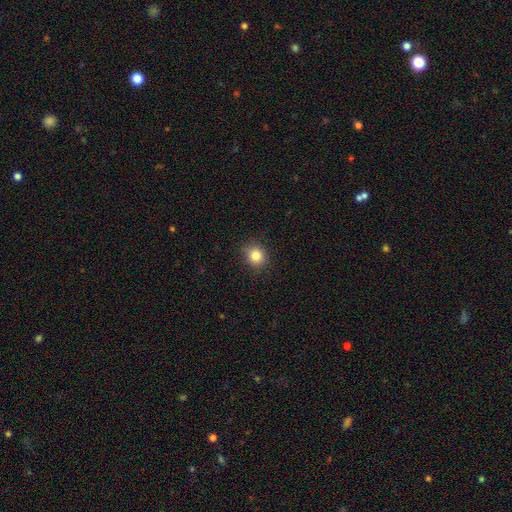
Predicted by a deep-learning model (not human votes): A smooth galaxy with no disk features (83%) that is round (80%). Merging: none (88%).